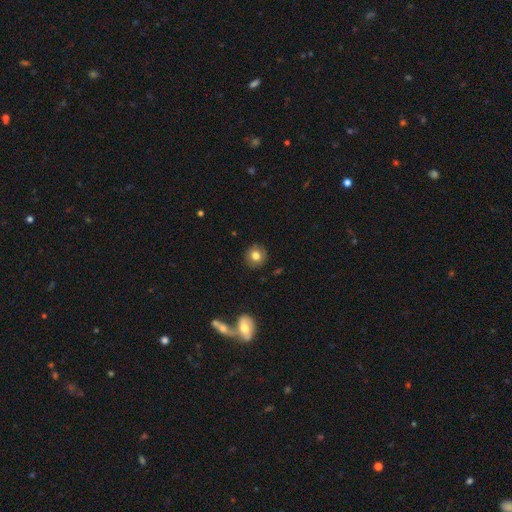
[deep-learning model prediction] A smooth galaxy with no disk features (79%) that is round (91%).

Vote fractions:
- Smooth or featured? smooth: 79% / featured or disk: 11% / star or artifact: 10%
- How rounded? round: 91% / in between: 8% / cigar-shaped: 1%
- Merging? none: 89% / minor disturbance: 7% / major disturbance: 2% / merger: 1%